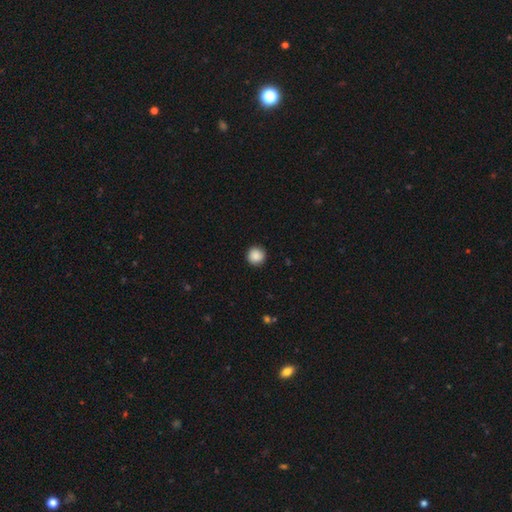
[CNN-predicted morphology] smooth 89%, star or artifact 8%, featured or disk 3%. Down the decision tree: how rounded — round (95%); merging — none (92%).